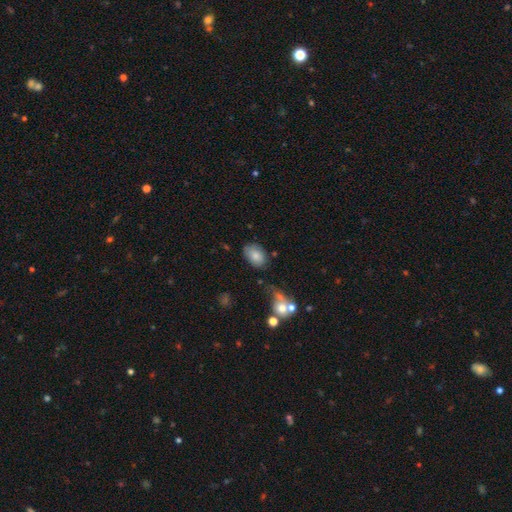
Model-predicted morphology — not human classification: Smooth or featured? Predicted: smooth (p=0.79). How rounded? Predicted: in between (p=0.83). Merging? Predicted: none (p=0.60).